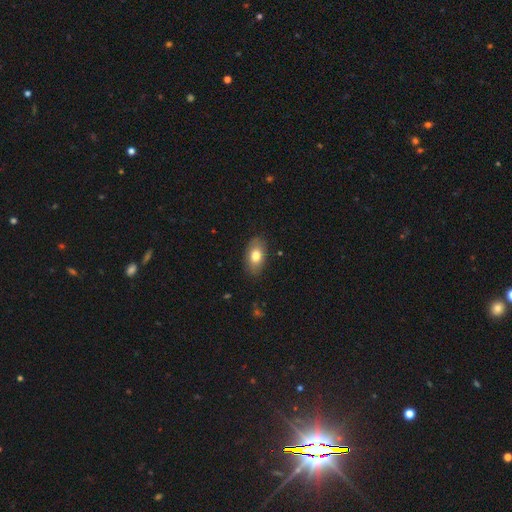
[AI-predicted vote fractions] Overall: smooth (76%). How rounded: in between (91%). Merging: none (84%).